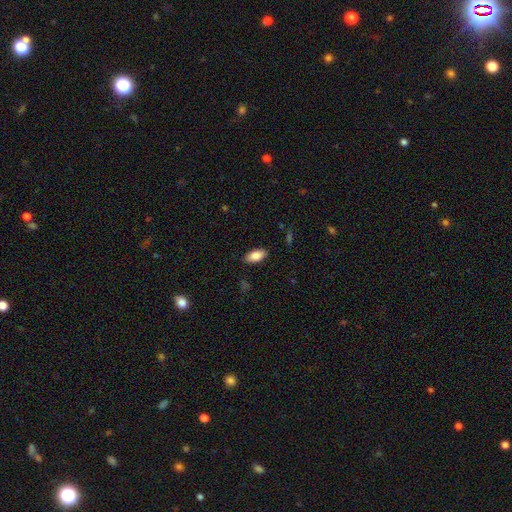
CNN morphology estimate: smooth 84%, featured or disk 10%, star or artifact 7%. Down the decision tree: how rounded — in between (90%); merging — none (87%).